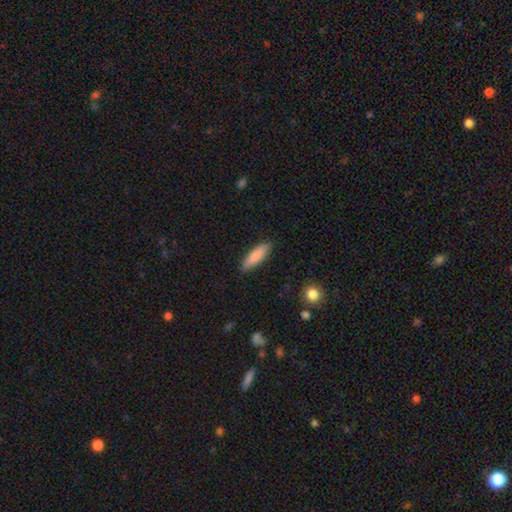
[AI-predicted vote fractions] A smooth galaxy with no disk features (84%) that is cigar-shaped (64%).

Vote fractions:
- Smooth or featured? smooth: 84% / featured or disk: 10% / star or artifact: 6%
- How rounded? cigar-shaped: 64% / in between: 34% / round: 2%
- Merging? none: 87% / minor disturbance: 10% / major disturbance: 2% / merger: 1%